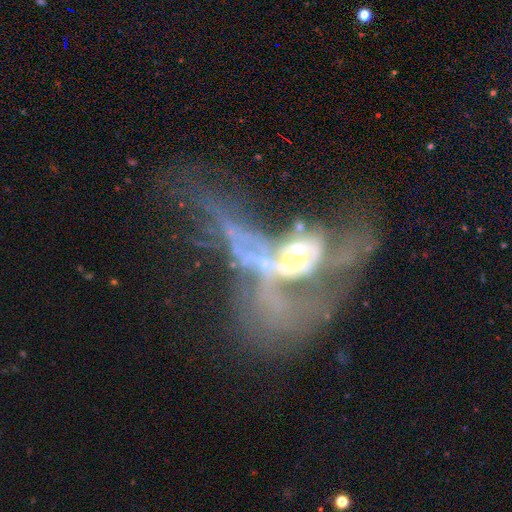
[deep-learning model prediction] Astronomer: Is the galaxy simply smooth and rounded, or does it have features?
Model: featured or disk — 70%.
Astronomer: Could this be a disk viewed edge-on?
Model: no — 81%.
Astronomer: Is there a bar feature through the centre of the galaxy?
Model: no — 68%.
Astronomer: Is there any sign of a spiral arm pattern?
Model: no — 61% (runner-up: yes, 39%).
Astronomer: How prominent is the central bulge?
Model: moderate — 55%.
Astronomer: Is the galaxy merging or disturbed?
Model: merger — 57%.